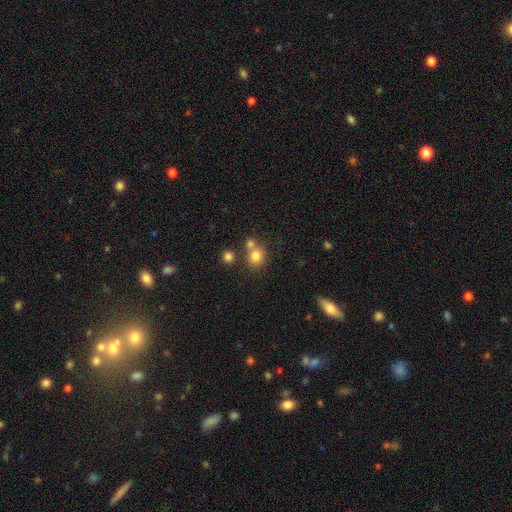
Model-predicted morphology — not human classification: This appears to be a smooth galaxy with no disk features (80%) that is round (80%). Merging: none (57%).